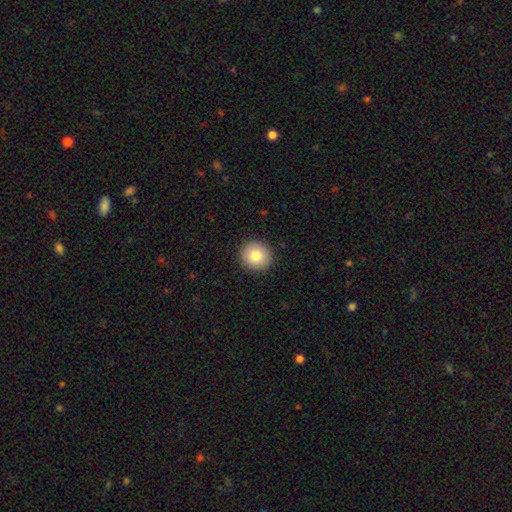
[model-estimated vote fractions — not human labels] This is clearly a smooth galaxy (81%). How rounded: clearly round (92%). Merging: clearly none (92%).